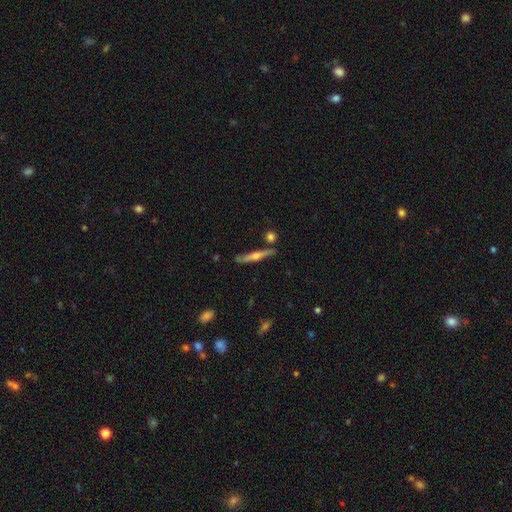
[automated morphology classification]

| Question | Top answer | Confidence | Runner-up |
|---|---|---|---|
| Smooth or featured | featured or disk | 68% | smooth (25%) |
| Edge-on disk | yes | 97% | no (3%) |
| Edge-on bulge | rounded | 85% | none (9%) |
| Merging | none | 82% | minor disturbance (11%) |